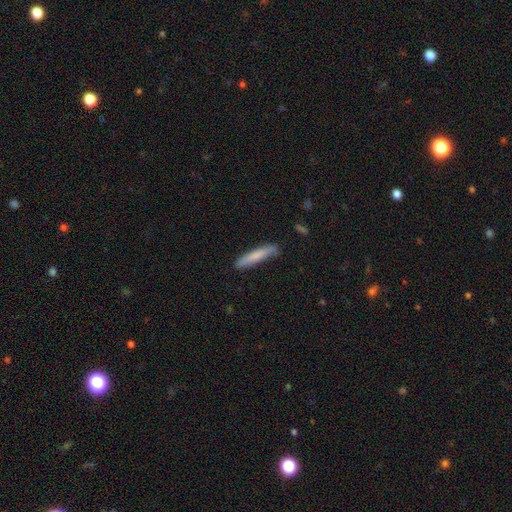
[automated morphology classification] The model was most divided on "smooth or featured": smooth: 78%, featured or disk: 17%, star or artifact: 5%. More confident: how rounded — cigar-shaped (91%); merging — none (81%).